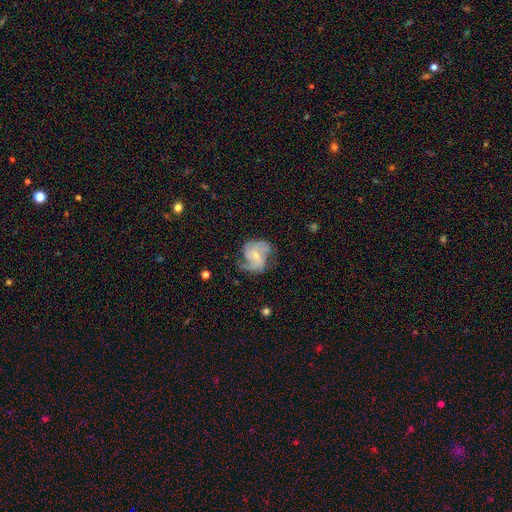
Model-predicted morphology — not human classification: Smooth or featured: featured or disk — 81% (smooth — 13%)
Edge-on disk: no — 98% (yes — 2%)
Bar: weak — 46% (no — 42%)
Spiral arms: yes — 95% (no — 5%)
Spiral winding: medium — 49% (tight — 26%)
Spiral arm count: 2 — 51% (3 — 22%)
Bulge size: small — 61% (moderate — 30%)
Merging: none — 59% (minor disturbance — 23%)